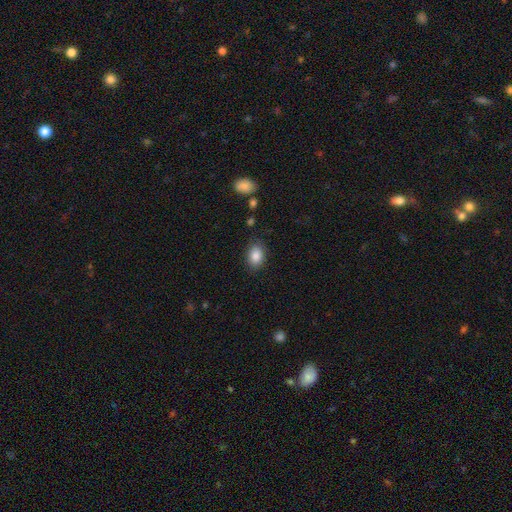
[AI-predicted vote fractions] Smooth or featured? Predicted: smooth (p=0.86). How rounded? Predicted: in between (p=0.80). Merging? Predicted: none (p=0.83).